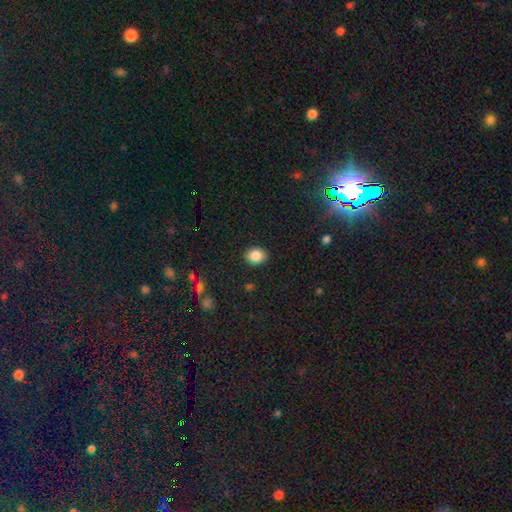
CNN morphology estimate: Q: Smooth or featured?
A: smooth (87%); runner-up: star or artifact (9%)
Q: How rounded?
A: in between (53%); runner-up: round (47%)
Q: Merging?
A: none (90%); runner-up: minor disturbance (7%)